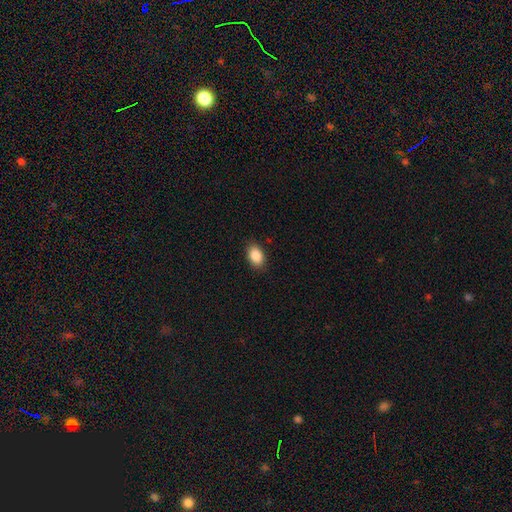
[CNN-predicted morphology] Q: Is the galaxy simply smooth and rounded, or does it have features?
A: smooth — 88%.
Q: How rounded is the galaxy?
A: in between — 86%.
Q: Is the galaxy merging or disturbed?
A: none — 88%.